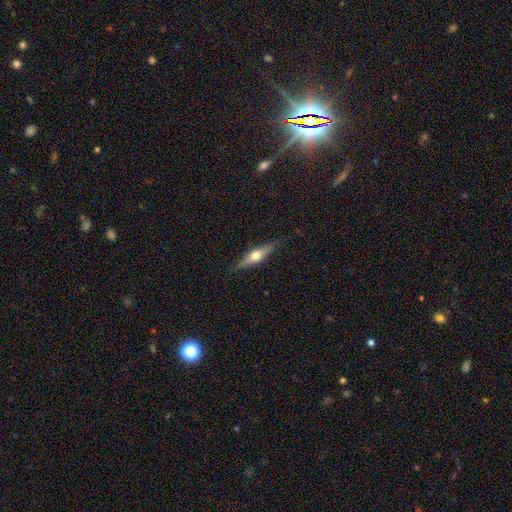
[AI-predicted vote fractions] smooth_or_featured: featured or disk (p=0.59) [alt: smooth p=0.34]
disk_edge_on: yes (p=0.94) [alt: no p=0.06]
edge_on_bulge: rounded (p=0.93) [alt: boxy p=0.04]
merging: none (p=0.86) [alt: minor disturbance p=0.10]